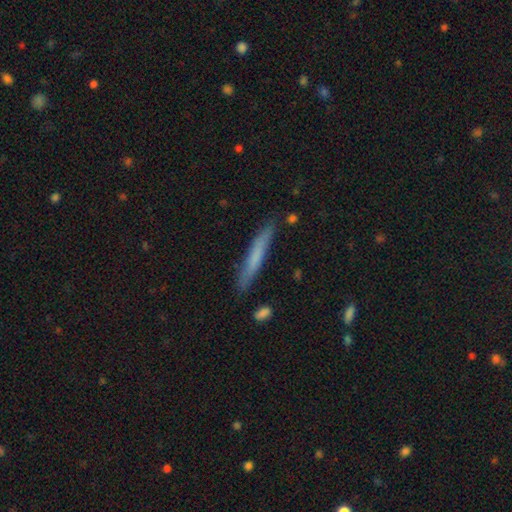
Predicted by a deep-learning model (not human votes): Morphology: type=smooth (61%); roundness=cigar-shaped (95%); merging=none (85%).